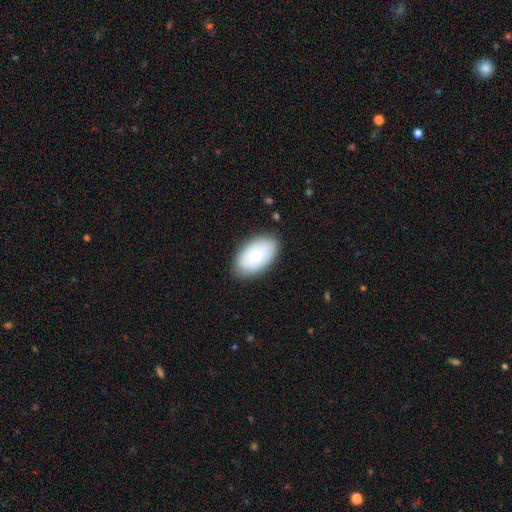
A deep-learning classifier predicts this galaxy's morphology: A smooth galaxy with no disk features (73%) that is in between round and cigar-shaped (94%). Merging: none (84%).